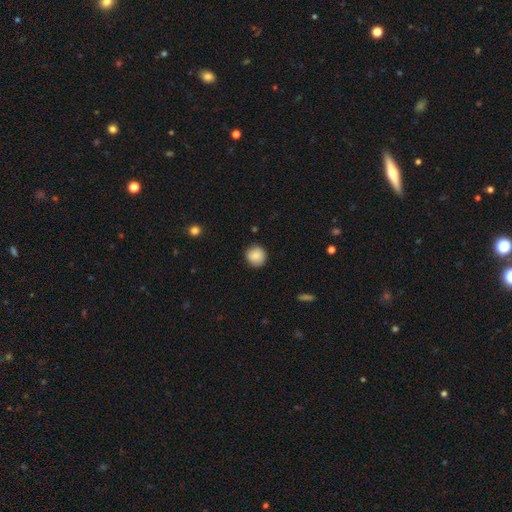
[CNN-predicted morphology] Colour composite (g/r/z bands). It shows a smooth galaxy with no disk features (85%) that is round (91%). Merging: none (86%).